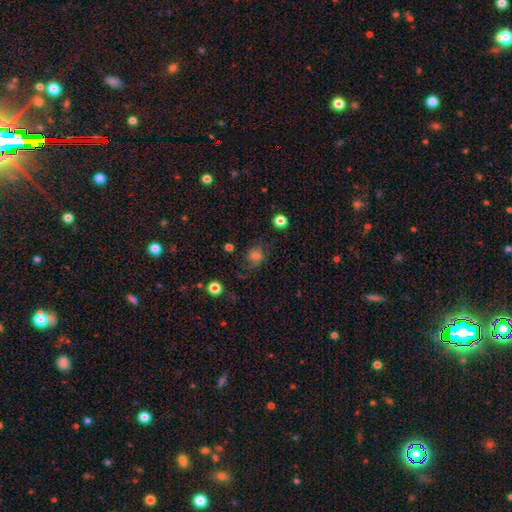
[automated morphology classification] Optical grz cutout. It shows a smooth galaxy with no disk features (66%) that is round (64%). Merging: none (54%).